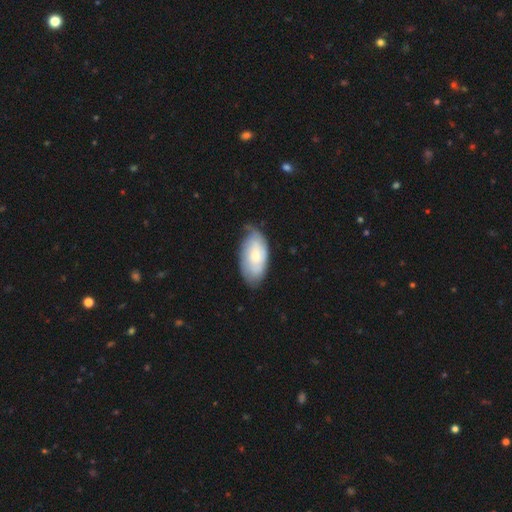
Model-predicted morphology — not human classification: This is possibly a smooth galaxy (55%). How rounded: clearly in between (93%). Merging: likely none (60%).